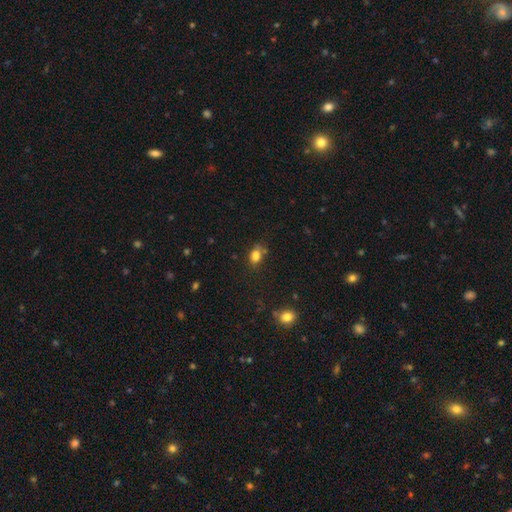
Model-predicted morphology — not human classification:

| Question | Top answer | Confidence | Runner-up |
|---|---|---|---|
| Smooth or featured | smooth | 79% | star or artifact (13%) |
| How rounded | in between | 74% | round (24%) |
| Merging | none | 59% | minor disturbance (22%) |